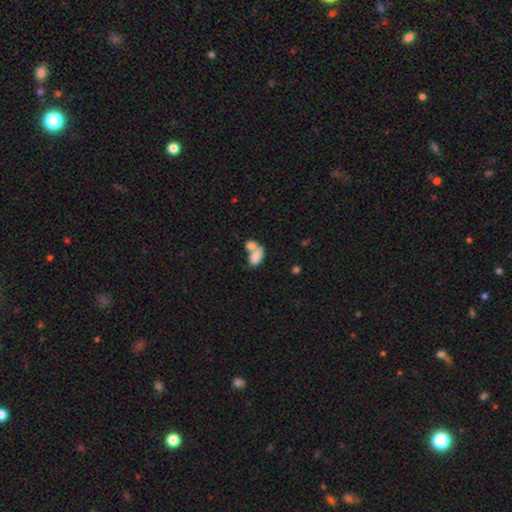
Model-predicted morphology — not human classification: smooth 79%, featured or disk 13%, star or artifact 8%. Down the decision tree: how rounded — in between (89%); merging — merger (66%).